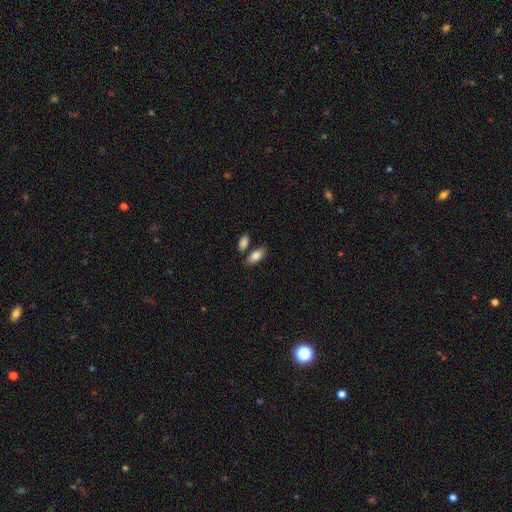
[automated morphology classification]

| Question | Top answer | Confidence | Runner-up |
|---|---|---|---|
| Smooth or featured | smooth | 85% | featured or disk (9%) |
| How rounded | in between | 89% | cigar-shaped (7%) |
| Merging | none | 69% | merger (16%) |